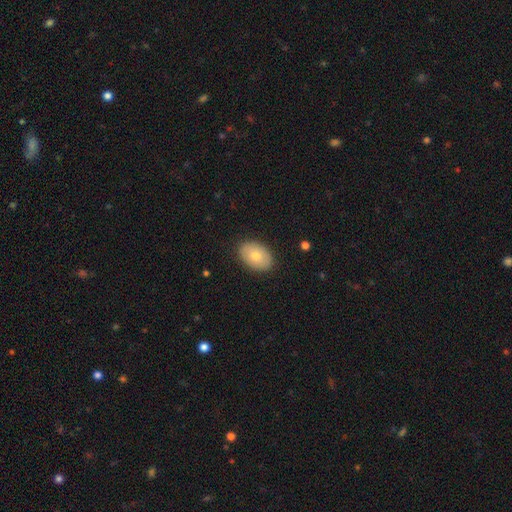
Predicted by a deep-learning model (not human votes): This appears to be a smooth galaxy with no disk features (75%) that is in between round and cigar-shaped (87%). Merging: none (88%).